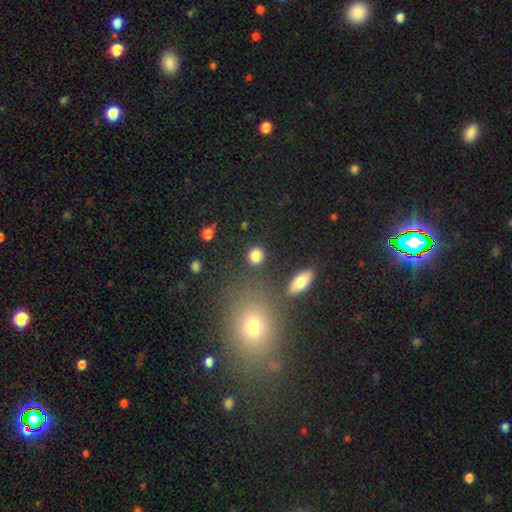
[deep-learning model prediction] A smooth galaxy with no disk features (86%) that is round (84%). Merging: none (85%).